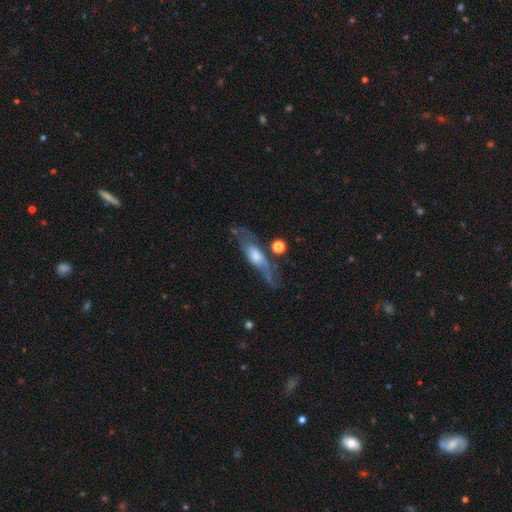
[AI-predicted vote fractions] Smooth or featured? Predicted: featured or disk (p=0.61). Edge-on disk? Predicted: yes (p=0.57). Merging? Predicted: none (p=0.57).